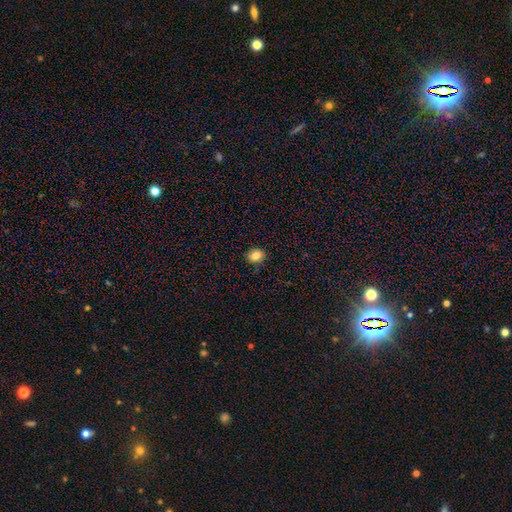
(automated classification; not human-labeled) Overall: smooth (83%). How rounded: round (52%; in between 47%). Merging: none (88%).